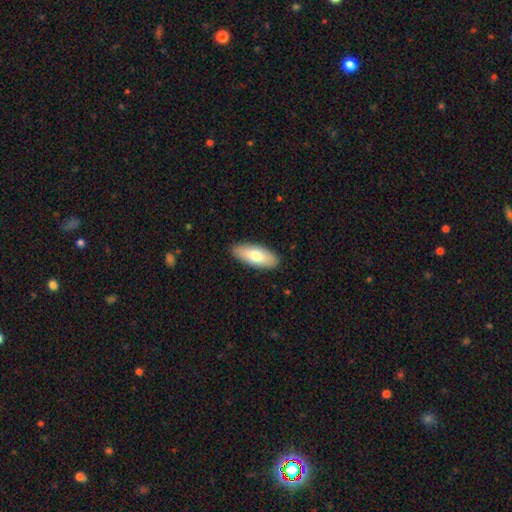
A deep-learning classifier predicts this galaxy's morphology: The model was most divided on "smooth or featured": smooth: 76%, featured or disk: 19%, star or artifact: 6%. More confident: merging — none (89%); how rounded — in between (78%).